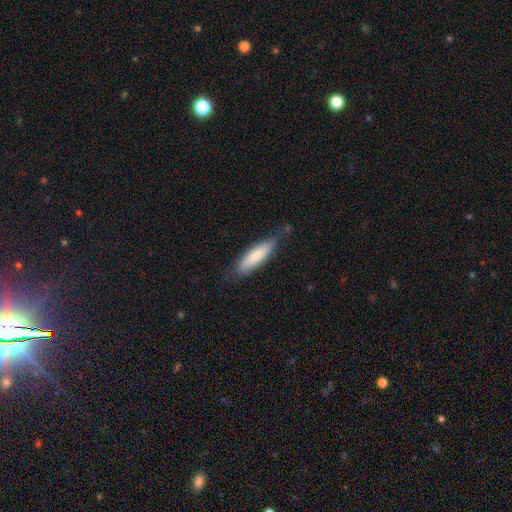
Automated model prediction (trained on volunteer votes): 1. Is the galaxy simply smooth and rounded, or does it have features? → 79% smooth, 15% featured or disk, 6% star or artifact.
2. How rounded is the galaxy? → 64% cigar-shaped, 35% in between, 1% round.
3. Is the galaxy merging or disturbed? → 73% none, 21% minor disturbance, 4% major disturbance, 2% merger.